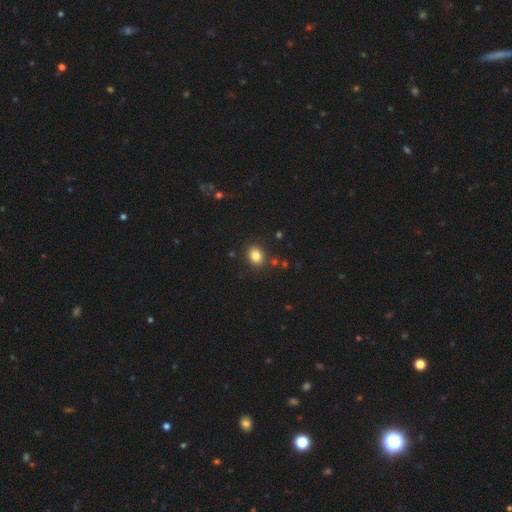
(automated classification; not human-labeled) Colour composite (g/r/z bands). It shows a smooth galaxy with no disk features (83%) that is in between round and cigar-shaped (57%). Merging: none (86%).